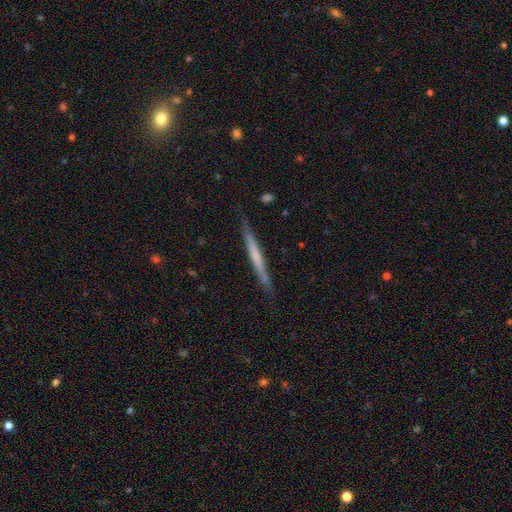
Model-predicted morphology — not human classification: A featured or disk galaxy (53%) viewed edge-on (97%) with no central bulge (73%). Merging: none (87%).